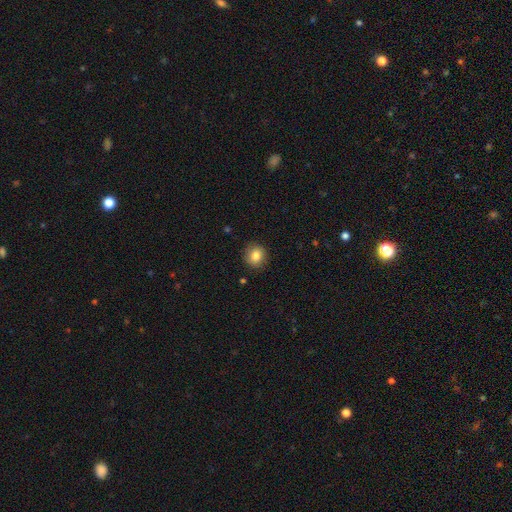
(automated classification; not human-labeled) Smooth or featured? Predicted: smooth (p=0.83). How rounded? Predicted: round (p=0.79). Merging? Predicted: none (p=0.88).